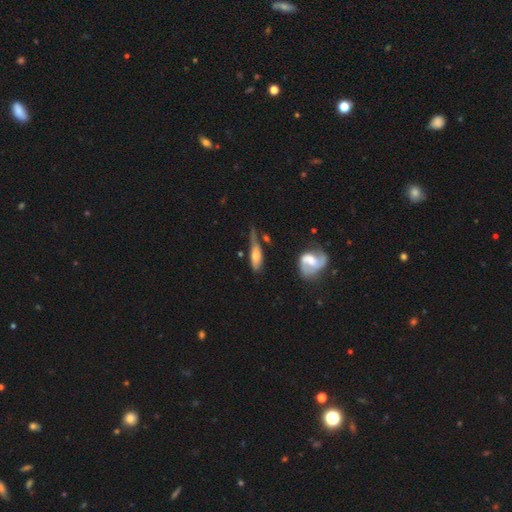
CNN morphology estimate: smooth 54%, featured or disk 39%, star or artifact 7%. Down the decision tree: how rounded — in between (60%); merging — none (35%).